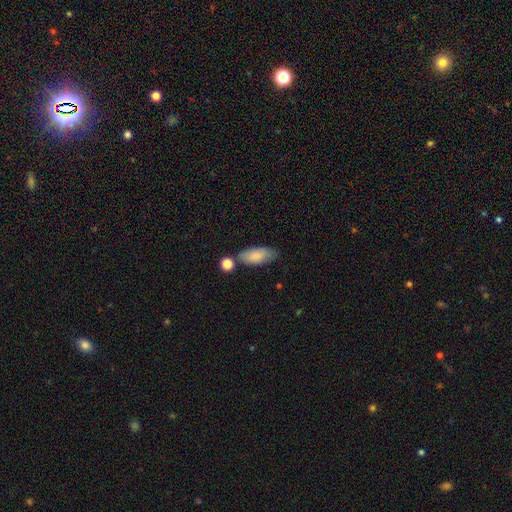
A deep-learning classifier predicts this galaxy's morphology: smooth_or_featured: smooth (p=0.83) [alt: featured or disk p=0.11]
how_rounded: in between (p=0.83) [alt: cigar-shaped p=0.14]
merging: none (p=0.67) [alt: minor disturbance p=0.18]